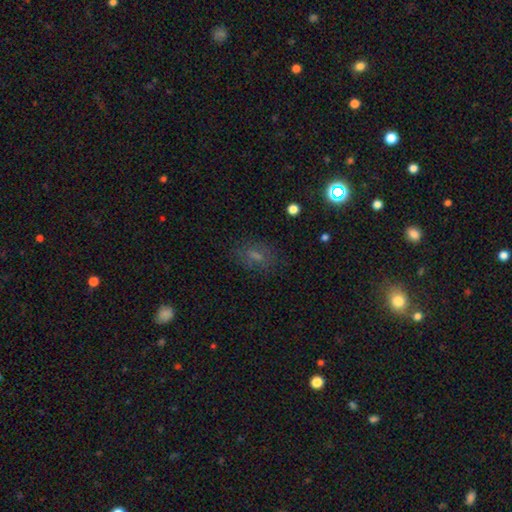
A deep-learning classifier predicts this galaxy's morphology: Smooth or featured? smooth (54%)
How rounded? in between (72%)
Merging? none (74%)